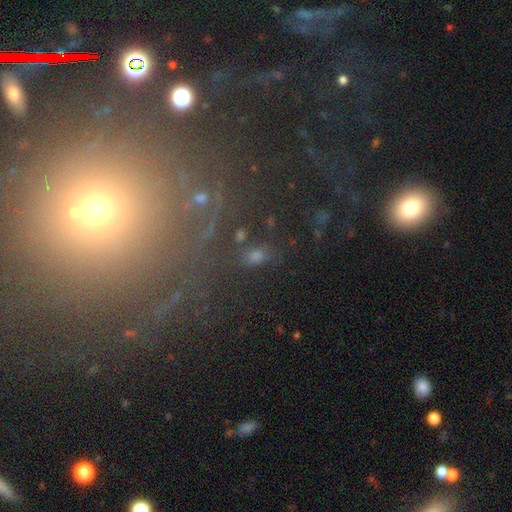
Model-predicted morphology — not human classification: Q: Smooth or featured?
A: smooth (53%); runner-up: star or artifact (28%)
Q: How rounded?
A: in between (77%); runner-up: round (17%)
Q: Merging?
A: none (73%); runner-up: minor disturbance (14%)